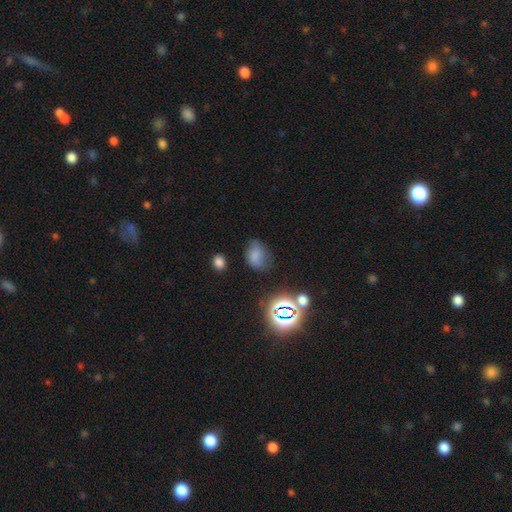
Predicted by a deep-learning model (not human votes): smooth_or_featured: smooth (p=0.71) [alt: star or artifact p=0.19]
how_rounded: in between (p=0.76) [alt: round p=0.23]
merging: none (p=0.61) [alt: minor disturbance p=0.27]